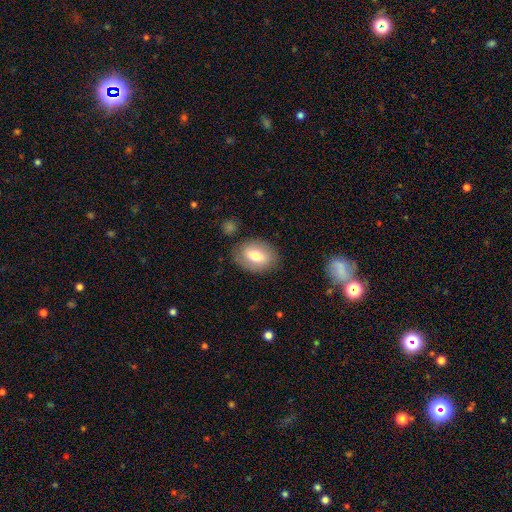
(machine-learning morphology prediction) Overall: smooth (67%). How rounded: in between (76%). Merging: none (79%).